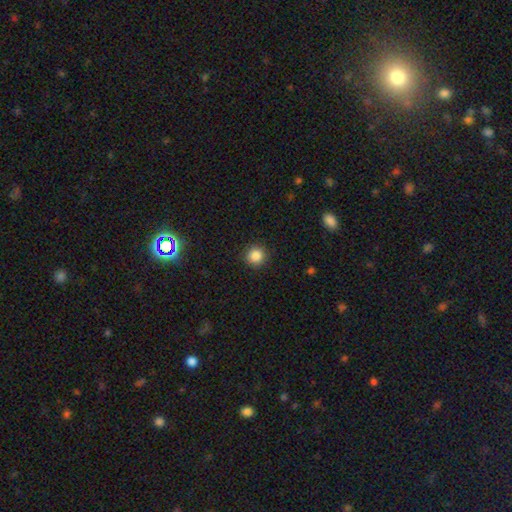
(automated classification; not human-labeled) The model was most divided on "smooth or featured": smooth: 86%, star or artifact: 10%, featured or disk: 4%. More confident: how rounded — round (93%); merging — none (91%).